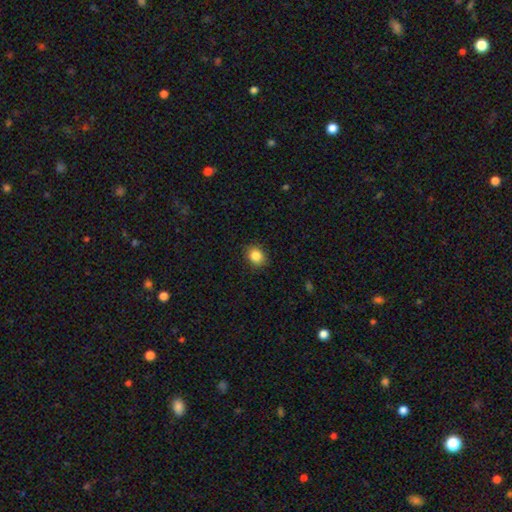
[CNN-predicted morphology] Smooth or featured?
  - smooth: 85% *
  - star or artifact: 10%
  - featured or disk: 5%
How rounded?
  - round: 72% *
  - in between: 27%
  - cigar-shaped: 1%
Merging?
  - none: 88% *
  - minor disturbance: 9%
  - major disturbance: 2%
  - merger: 1%